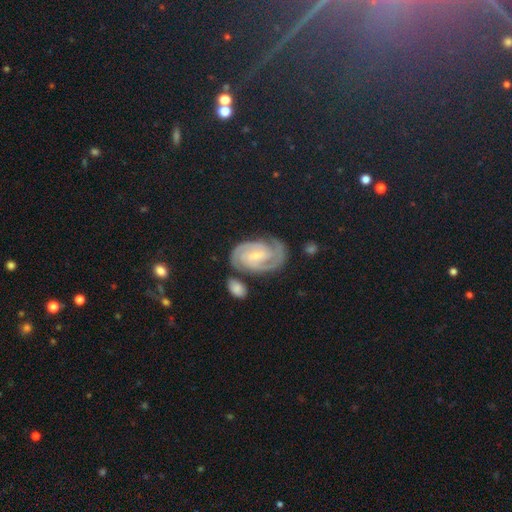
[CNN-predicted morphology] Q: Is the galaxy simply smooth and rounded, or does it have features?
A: featured or disk — 86%.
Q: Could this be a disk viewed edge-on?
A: no — 97%.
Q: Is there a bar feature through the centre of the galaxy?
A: weak — 47%.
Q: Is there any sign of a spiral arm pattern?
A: yes — 98%.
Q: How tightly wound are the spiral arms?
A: tight — 70%.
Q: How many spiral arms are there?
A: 2 — 78%.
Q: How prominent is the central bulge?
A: small — 66%.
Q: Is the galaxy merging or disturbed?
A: none — 74%.